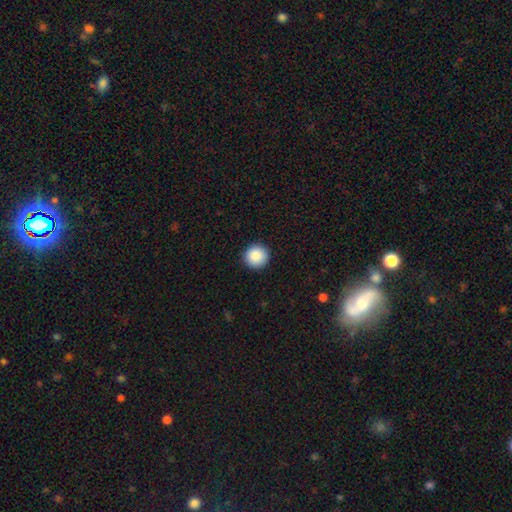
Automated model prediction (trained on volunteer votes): Q: Smooth or featured?
A: smooth (88%); runner-up: star or artifact (8%)
Q: How rounded?
A: round (96%); runner-up: in between (3%)
Q: Merging?
A: none (92%); runner-up: minor disturbance (5%)